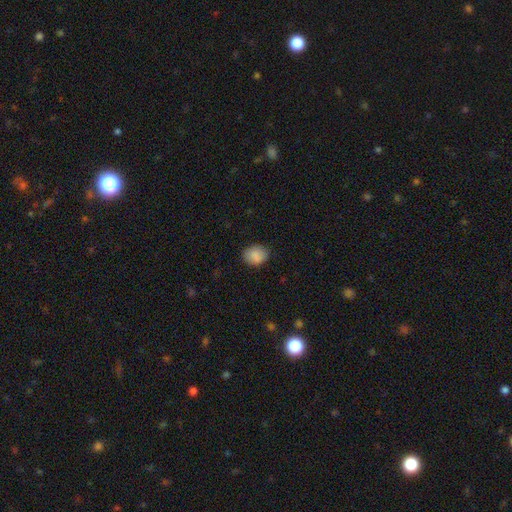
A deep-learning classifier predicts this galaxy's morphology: type=smooth (87%); roundness=in between (50%); merging=none (83%).